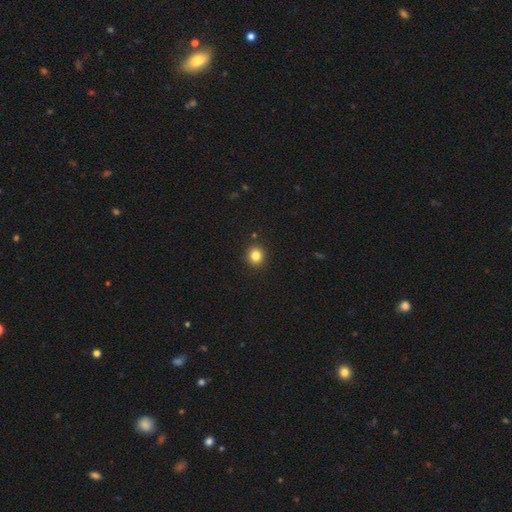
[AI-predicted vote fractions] The model was most divided on "smooth or featured": smooth: 83%, star or artifact: 12%, featured or disk: 5%. More confident: merging — none (91%); how rounded — round (88%).